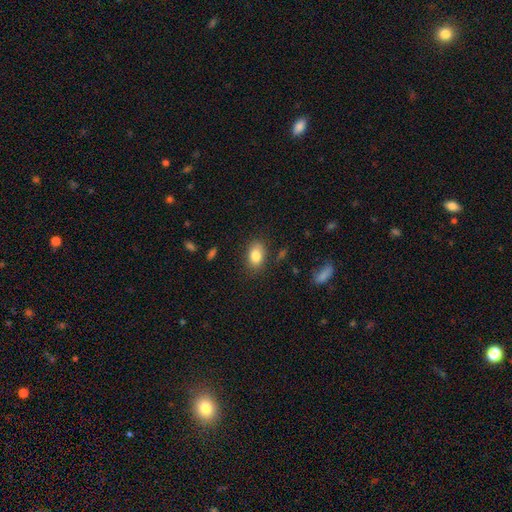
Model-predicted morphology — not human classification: Smooth or featured?
  - smooth: 84% *
  - star or artifact: 8%
  - featured or disk: 8%
How rounded?
  - in between: 83% *
  - round: 15%
  - cigar-shaped: 1%
Merging?
  - none: 81% *
  - minor disturbance: 14%
  - major disturbance: 3%
  - merger: 2%